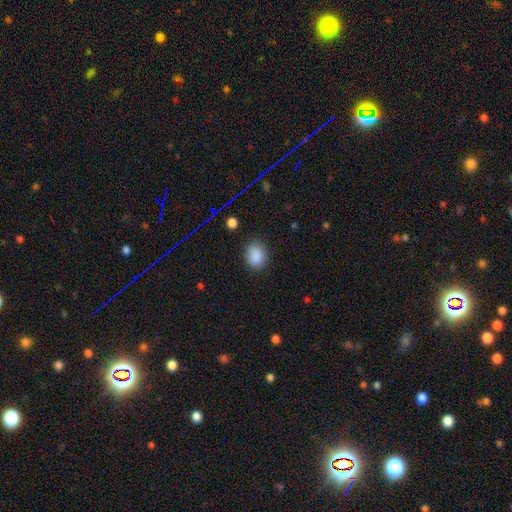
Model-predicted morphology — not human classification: A smooth galaxy with no disk features (87%) that is in between round and cigar-shaped (61%).

Vote fractions:
- Smooth or featured? smooth: 87% / star or artifact: 10% / featured or disk: 3%
- How rounded? in between: 61% / round: 38% / cigar-shaped: 1%
- Merging? none: 83% / minor disturbance: 13% / major disturbance: 3% / merger: 1%